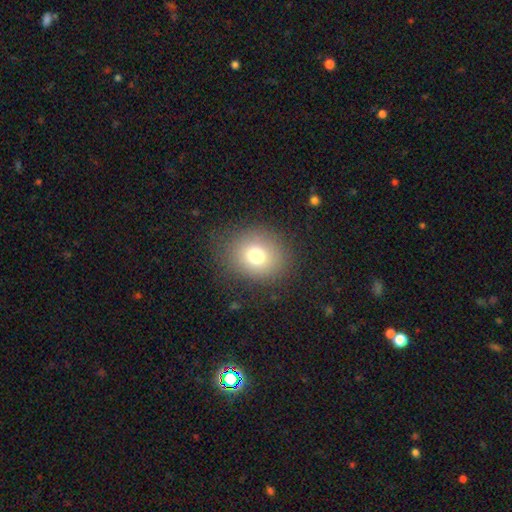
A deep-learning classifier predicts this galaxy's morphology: smooth-or-featured: smooth: 74% | star or artifact: 14% | featured or disk: 11%
  how-rounded: round: 69% | in between: 30% | cigar-shaped: 1%
  merging: none: 83% | minor disturbance: 10% | major disturbance: 6% | merger: 1%